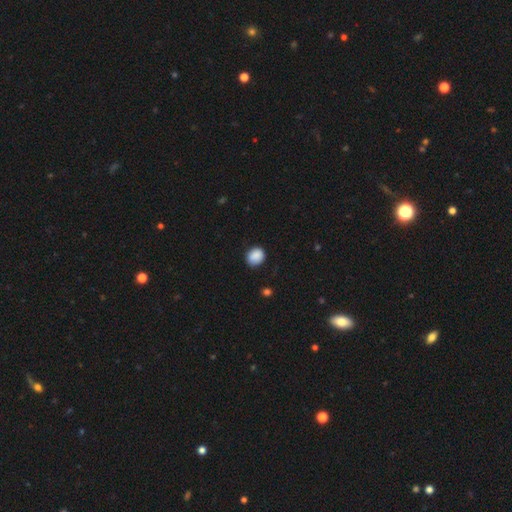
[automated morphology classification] This appears to be a smooth galaxy with no disk features (88%) that is round (61%). Merging: none (81%).